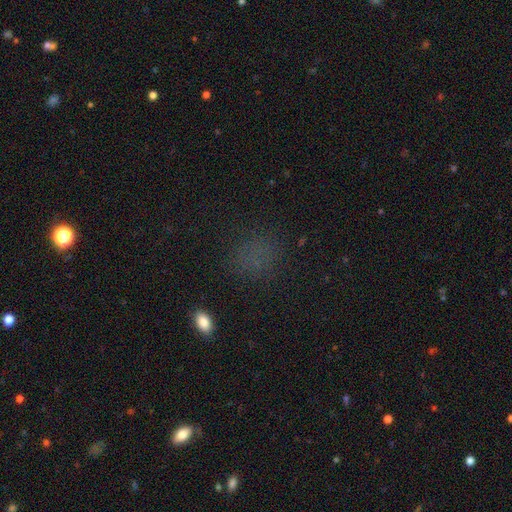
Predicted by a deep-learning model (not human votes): Smooth or featured? smooth (60%)
How rounded? round (71%)
Merging? none (79%)